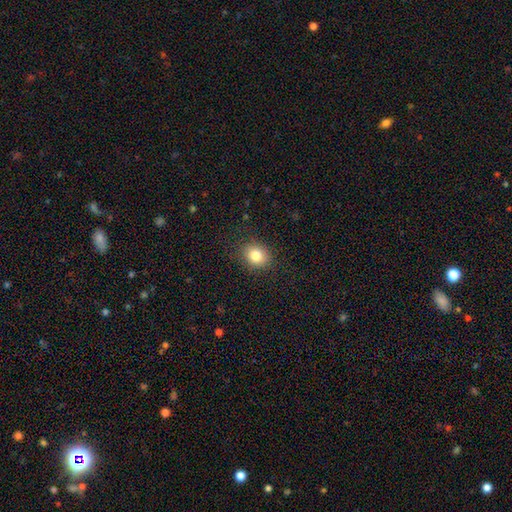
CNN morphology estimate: This appears to be a smooth galaxy with no disk features (83%) that is round (58%). Merging: none (87%).